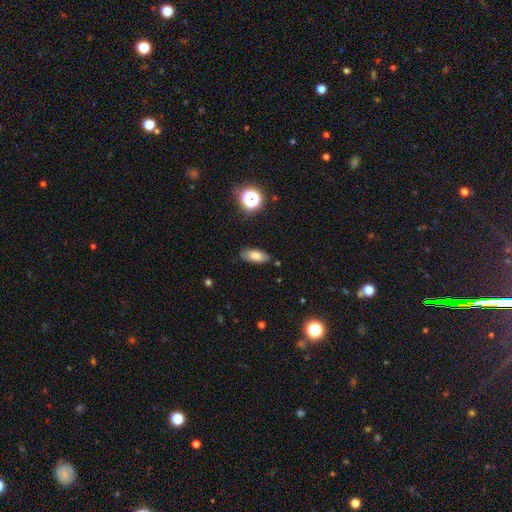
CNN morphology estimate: smooth 76%, featured or disk 13%, star or artifact 11%. Down the decision tree: how rounded — in between (86%); merging — none (79%).